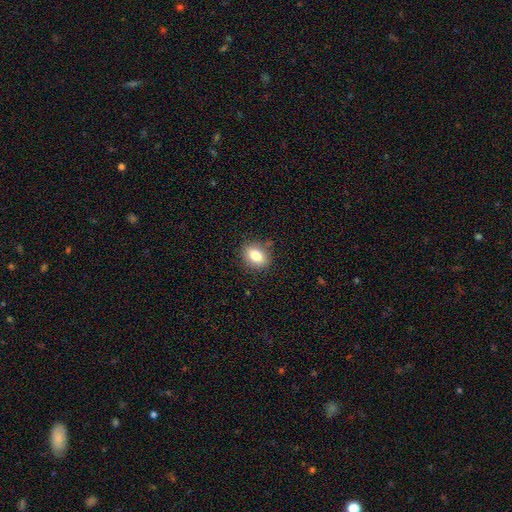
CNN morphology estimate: A smooth galaxy with no disk features (80%) that is in between round and cigar-shaped (66%).

Vote fractions:
- Smooth or featured? smooth: 80% / featured or disk: 10% / star or artifact: 10%
- How rounded? in between: 66% / round: 33% / cigar-shaped: 1%
- Merging? none: 83% / minor disturbance: 12% / major disturbance: 3% / merger: 1%